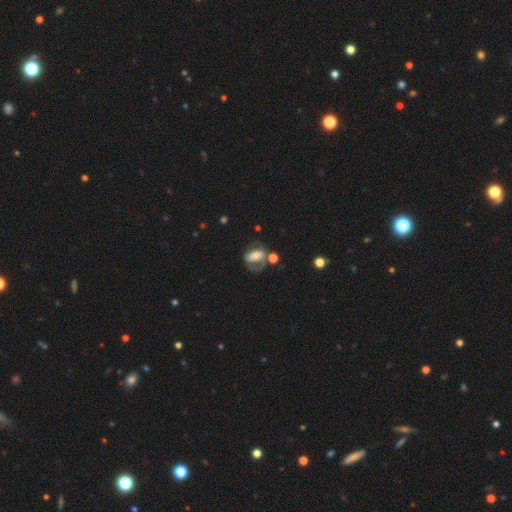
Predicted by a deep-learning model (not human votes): This is possibly a featured or disk galaxy (53%). It is clearly not viewed edge-on (92%). Merging: marginally none (38%).